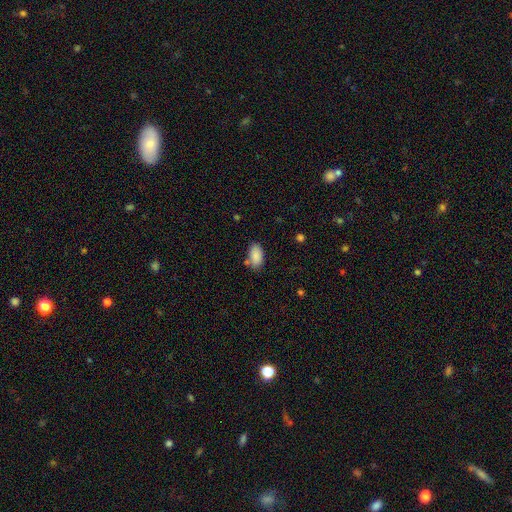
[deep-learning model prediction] Smooth or featured: smooth — 88% (star or artifact — 7%)
How rounded: in between — 94% (round — 4%)
Merging: none — 74% (minor disturbance — 15%)